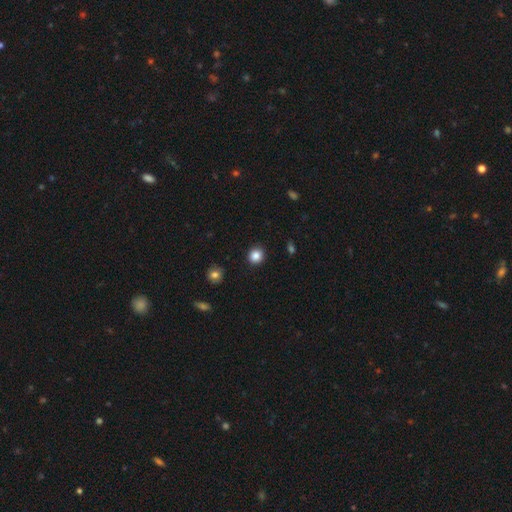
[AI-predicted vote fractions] smooth 85%, star or artifact 11%, featured or disk 4%. Down the decision tree: how rounded — round (89%); merging — none (92%).